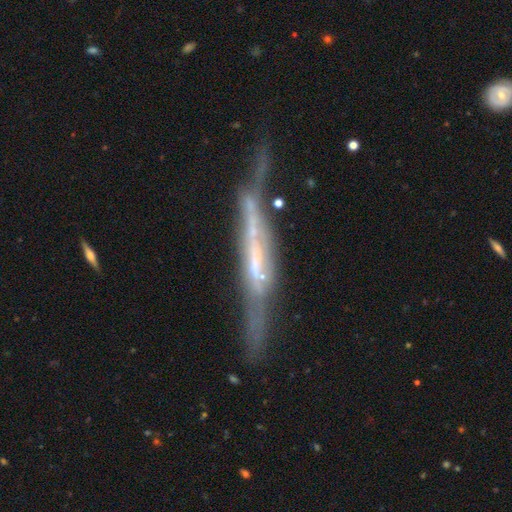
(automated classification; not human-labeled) Q: Smooth or featured?
A: featured or disk (78%); runner-up: smooth (14%)
Q: Edge-on disk?
A: yes (87%); runner-up: no (13%)
Q: Edge-on bulge?
A: none (53%); runner-up: boxy (29%)
Q: Merging?
A: none (57%); runner-up: minor disturbance (25%)